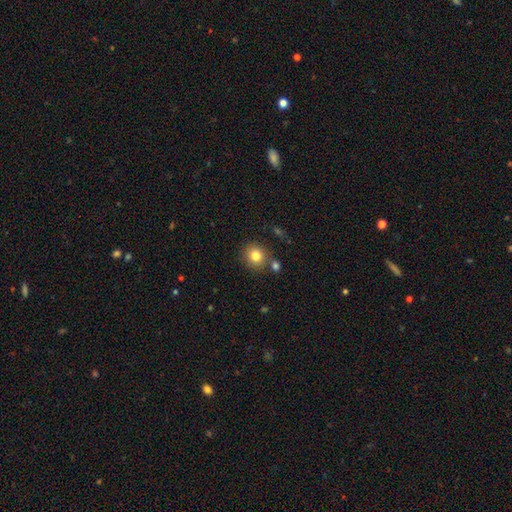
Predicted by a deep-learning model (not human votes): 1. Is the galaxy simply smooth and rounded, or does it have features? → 81% smooth, 11% star or artifact, 8% featured or disk.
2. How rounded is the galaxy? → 86% round, 13% in between, 1% cigar-shaped.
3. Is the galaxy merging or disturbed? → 77% none, 11% merger, 9% minor disturbance, 3% major disturbance.